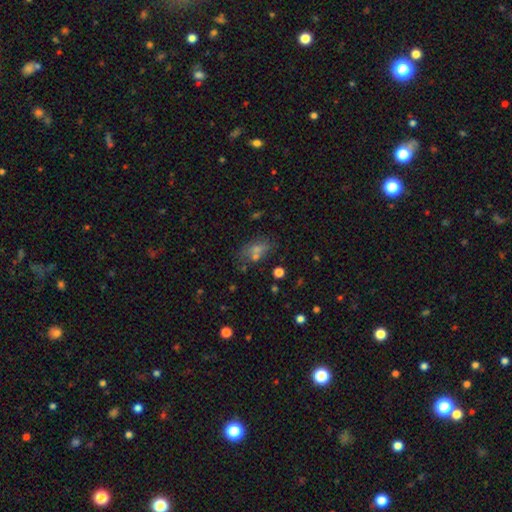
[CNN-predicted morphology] Smooth or featured? Predicted: smooth (p=0.52). How rounded? Predicted: in between (p=0.76). Merging? Predicted: none (p=0.54).